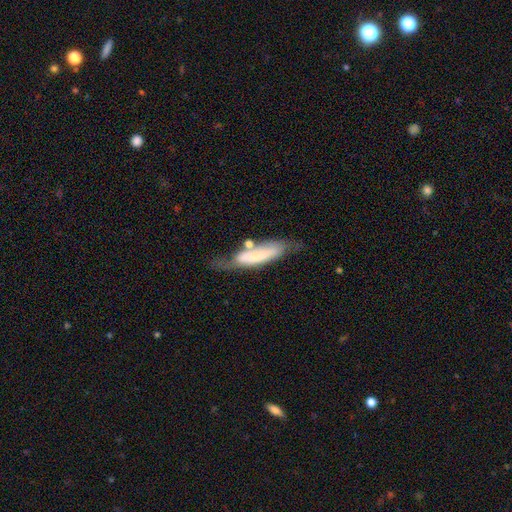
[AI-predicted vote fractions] Smooth or featured? smooth (58%)
How rounded? cigar-shaped (68%)
Merging? none (42%)